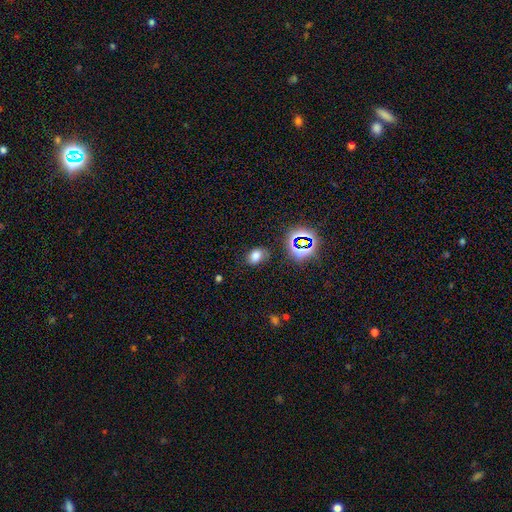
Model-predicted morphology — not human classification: This appears to be a smooth galaxy with no disk features (71%) that is in between round and cigar-shaped (71%). Merging: none (75%).